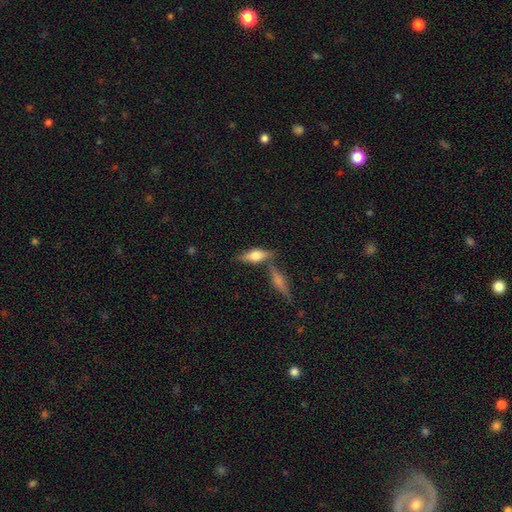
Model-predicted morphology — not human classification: Smooth or featured?
  - smooth: 50% *
  - featured or disk: 42%
  - star or artifact: 8%
How rounded?
  - in between: 60% *
  - cigar-shaped: 36%
  - round: 4%
Merging?
  - none: 65% *
  - merger: 17%
  - minor disturbance: 13%
  - major disturbance: 4%